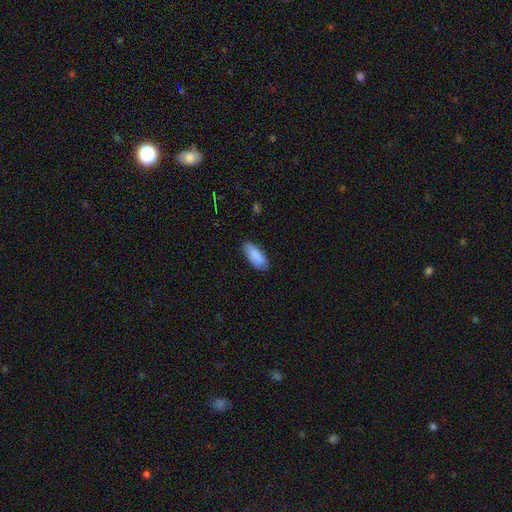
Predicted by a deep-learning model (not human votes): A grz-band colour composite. It shows a smooth galaxy with no disk features (87%) that is in between round and cigar-shaped (83%). Merging: none (78%).